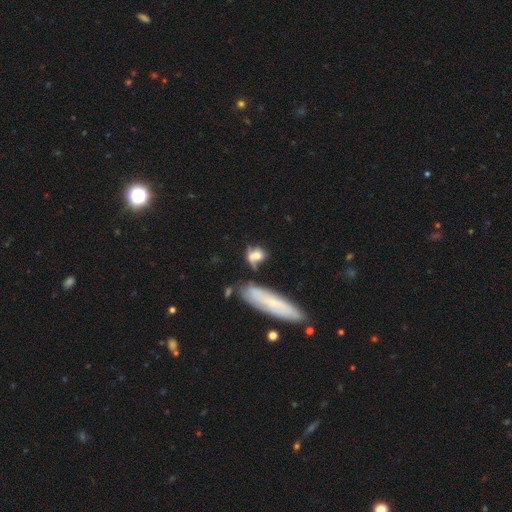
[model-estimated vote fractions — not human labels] smooth-or-featured: smooth: 64% | featured or disk: 26% | star or artifact: 10%
  how-rounded: in between: 51% | round: 41% | cigar-shaped: 8%
  merging: none: 37% | merger: 26% | minor disturbance: 21% | major disturbance: 16%